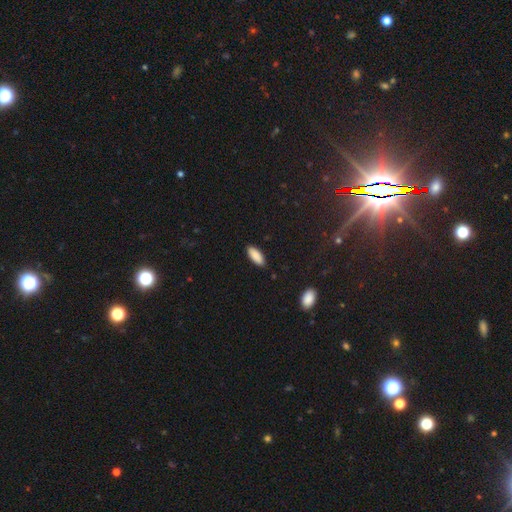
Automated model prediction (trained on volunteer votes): A smooth galaxy with no disk features (89%) that is in between round and cigar-shaped (77%).

Vote fractions:
- Smooth or featured? smooth: 89% / star or artifact: 6% / featured or disk: 5%
- How rounded? in between: 77% / cigar-shaped: 21% / round: 2%
- Merging? none: 86% / minor disturbance: 11% / major disturbance: 2% / merger: 1%